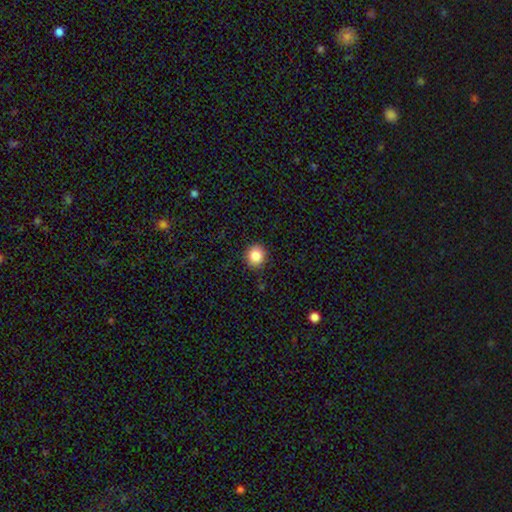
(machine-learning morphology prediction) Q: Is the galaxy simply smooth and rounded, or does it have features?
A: smooth — 85%.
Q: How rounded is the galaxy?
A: round — 88%.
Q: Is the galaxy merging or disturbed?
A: none — 91%.